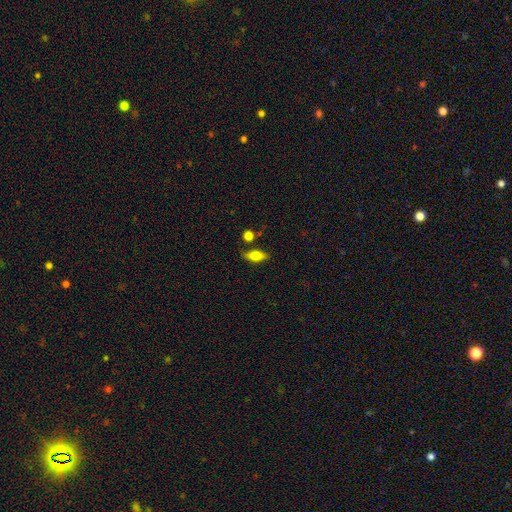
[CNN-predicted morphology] A smooth galaxy with no disk features (65%) that is in between round and cigar-shaped (74%).

Vote fractions:
- Smooth or featured? smooth: 65% / featured or disk: 27% / star or artifact: 8%
- How rounded? in between: 74% / cigar-shaped: 20% / round: 6%
- Merging? none: 75% / minor disturbance: 15% / merger: 6% / major disturbance: 4%